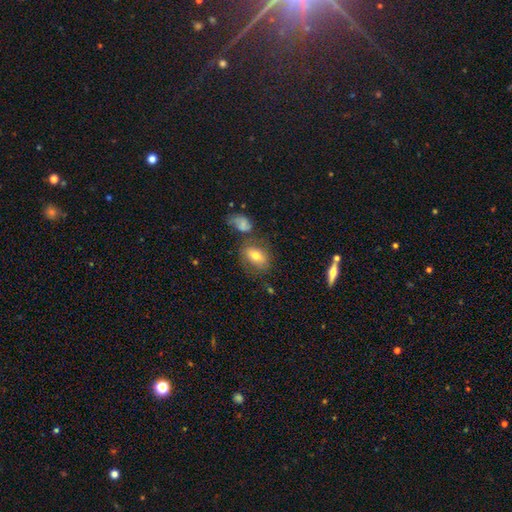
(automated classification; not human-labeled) A smooth galaxy with no disk features (67%) that is in between round and cigar-shaped (76%).

Vote fractions:
- Smooth or featured? smooth: 67% / featured or disk: 23% / star or artifact: 10%
- How rounded? in between: 76% / round: 22% / cigar-shaped: 2%
- Merging? none: 56% / minor disturbance: 18% / merger: 17% / major disturbance: 9%